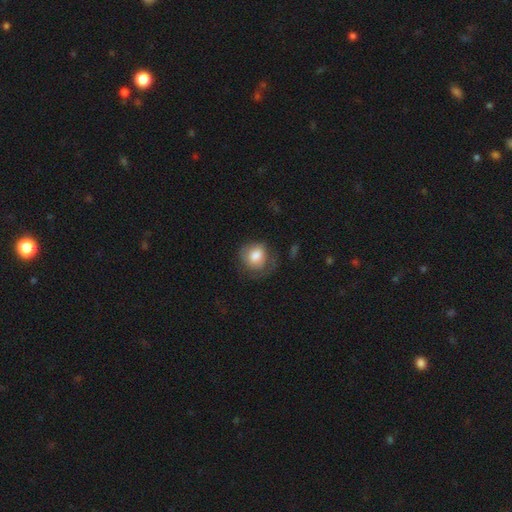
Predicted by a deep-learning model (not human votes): Overall: smooth (71%). How rounded: round (71%). Merging: none (49%; minor disturbance 26%).